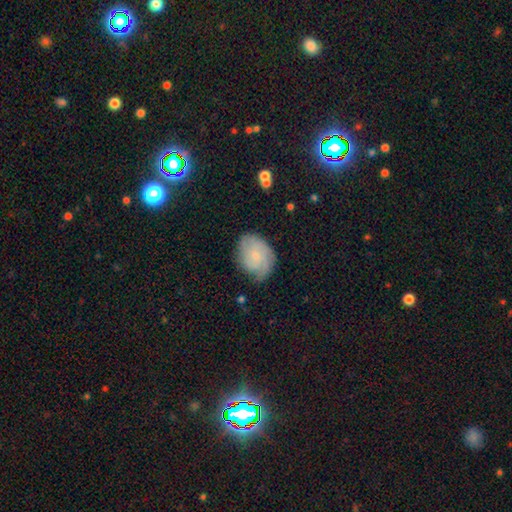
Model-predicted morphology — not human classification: Overall: featured or disk (62%; smooth 31%). Edge-on disk: no (97%). Bar: no (74%). Spiral arms: yes (91%). Spiral arm count: can't tell (36%; 3 25%). Spiral winding: tight (57%; medium 32%). Bulge size: small (73%). Merging: none (68%).